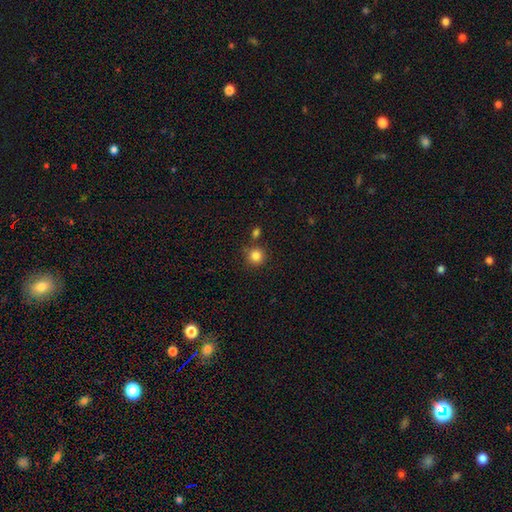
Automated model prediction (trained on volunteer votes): Smooth or featured? smooth (85%)
How rounded? round (93%)
Merging? none (78%)